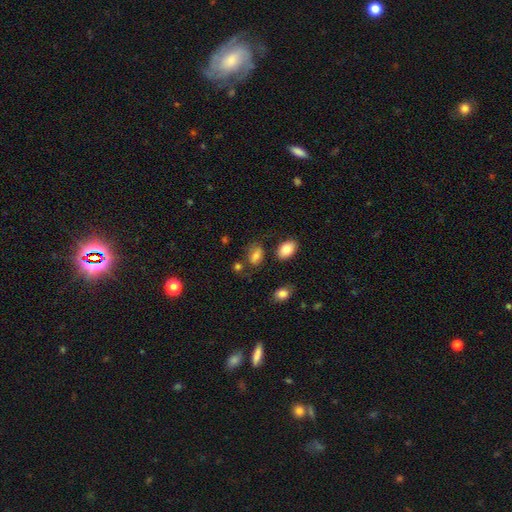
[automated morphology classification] Overall: smooth (75%). How rounded: in between (82%). Merging: none (61%; minor disturbance 21%).